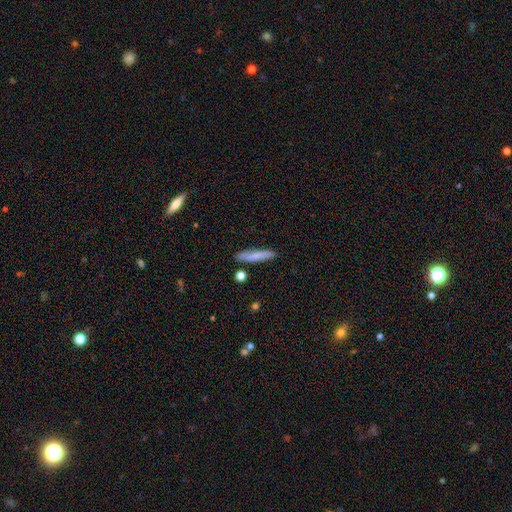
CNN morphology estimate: Smooth or featured: smooth — 71% (featured or disk — 22%)
How rounded: cigar-shaped — 86% (in between — 12%)
Merging: none — 80% (minor disturbance — 14%)